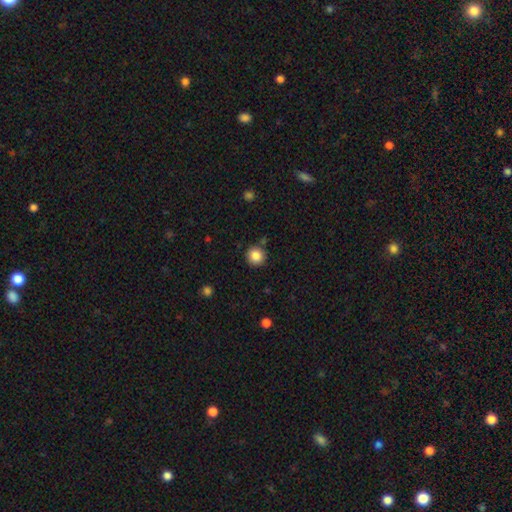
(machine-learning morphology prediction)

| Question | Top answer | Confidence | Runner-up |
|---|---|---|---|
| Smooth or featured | smooth | 85% | star or artifact (10%) |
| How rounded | round | 93% | in between (6%) |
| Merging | none | 86% | minor disturbance (8%) |